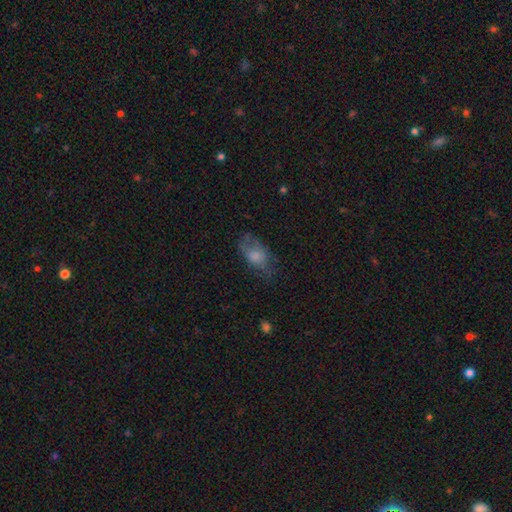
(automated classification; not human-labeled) This appears to be a smooth galaxy with no disk features (63%) that is in between round and cigar-shaped (86%). Merging: none (50%).